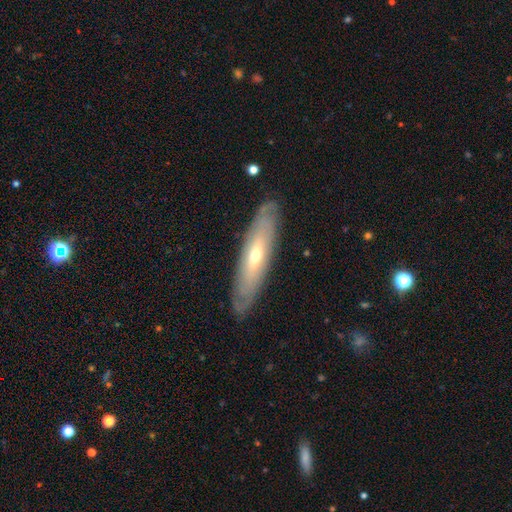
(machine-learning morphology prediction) smooth-or-featured: featured or disk: 60% | smooth: 34% | star or artifact: 6%
  disk-edge-on: no: 54% | yes: 46%
  merging: none: 85% | minor disturbance: 11% | major disturbance: 3% | merger: 1%